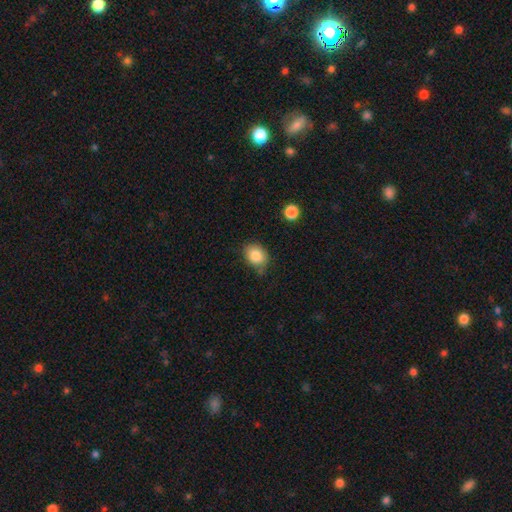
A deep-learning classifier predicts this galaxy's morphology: A smooth galaxy with no disk features (86%) that is in between round and cigar-shaped (58%).

Vote fractions:
- Smooth or featured? smooth: 86% / star or artifact: 9% / featured or disk: 6%
- How rounded? in between: 58% / round: 41% / cigar-shaped: 1%
- Merging? none: 70% / minor disturbance: 22% / major disturbance: 5% / merger: 3%